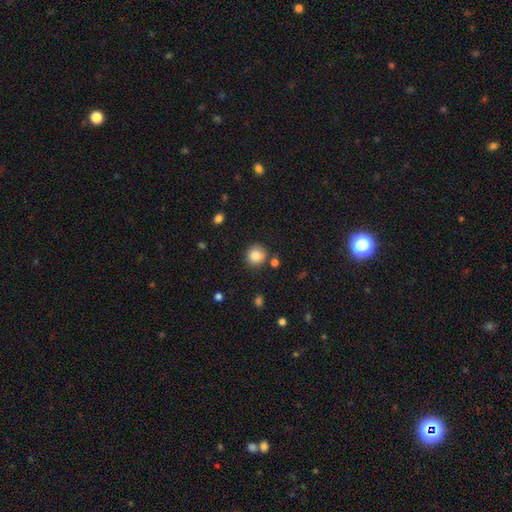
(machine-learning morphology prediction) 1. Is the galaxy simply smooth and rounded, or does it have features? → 85% smooth, 10% star or artifact, 5% featured or disk.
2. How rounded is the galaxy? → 90% round, 10% in between, 1% cigar-shaped.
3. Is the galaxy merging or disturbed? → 82% none, 10% minor disturbance, 5% merger, 3% major disturbance.